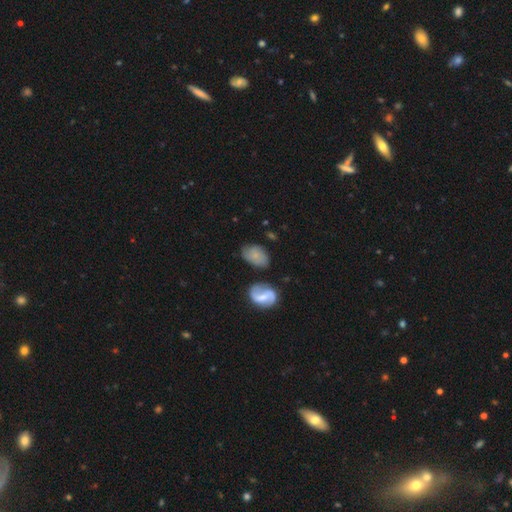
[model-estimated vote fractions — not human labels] This appears to be a smooth galaxy with no disk features (55%) that is in between round and cigar-shaped (82%). Merging: none (61%).